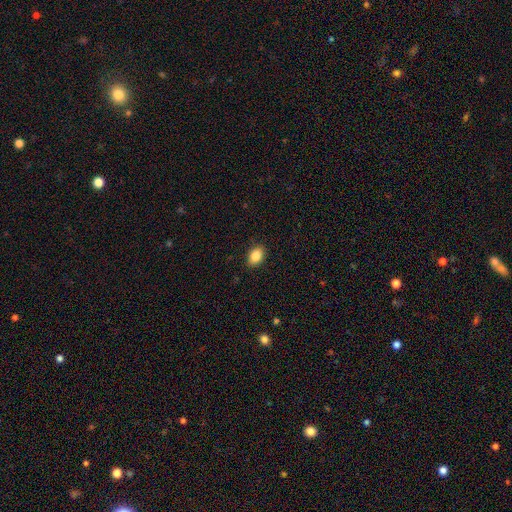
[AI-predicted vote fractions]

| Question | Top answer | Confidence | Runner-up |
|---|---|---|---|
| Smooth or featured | smooth | 87% | star or artifact (8%) |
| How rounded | in between | 82% | round (17%) |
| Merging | none | 88% | minor disturbance (9%) |